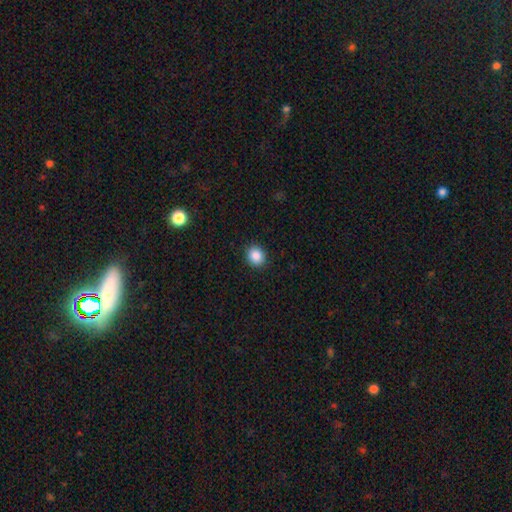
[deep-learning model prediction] This is clearly a smooth galaxy (87%). How rounded: likely round (75%). Merging: clearly none (90%).